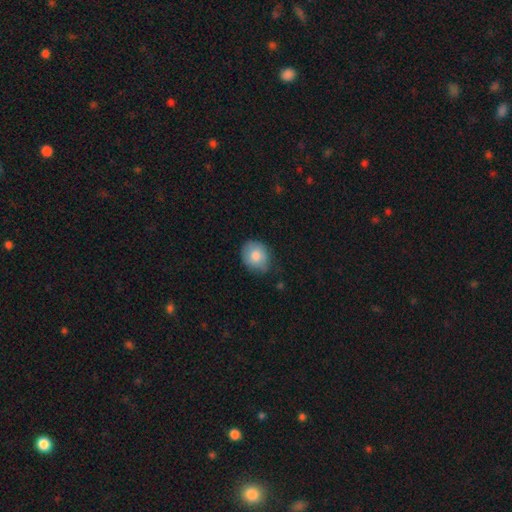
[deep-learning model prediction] smooth 80%, featured or disk 13%, star or artifact 7%. Down the decision tree: how rounded — round (62%); merging — none (71%).